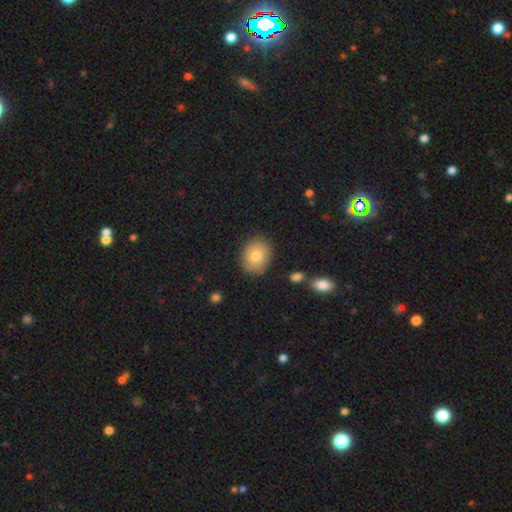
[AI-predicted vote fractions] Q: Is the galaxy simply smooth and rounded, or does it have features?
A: smooth — 79%.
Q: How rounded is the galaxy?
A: round — 54%.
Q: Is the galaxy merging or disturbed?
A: none — 84%.